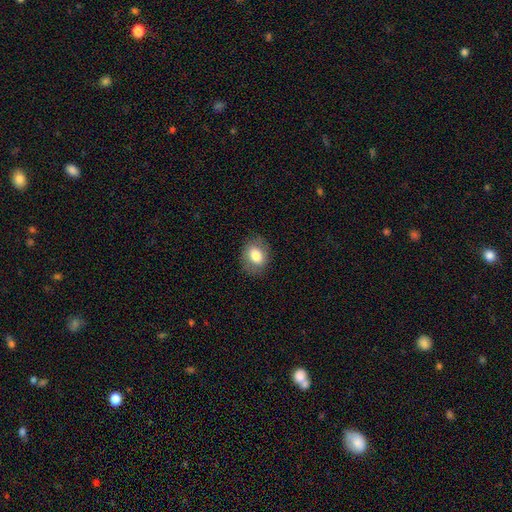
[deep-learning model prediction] Overall: smooth (78%). How rounded: in between (56%; round 43%). Merging: none (83%).